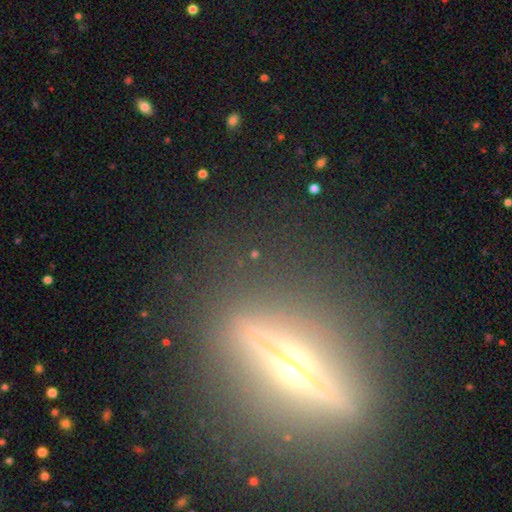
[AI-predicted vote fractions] A featured or disk galaxy (66%) viewed edge-on (88%) with a rounded central bulge (91%).

Vote fractions:
- Smooth or featured? featured or disk: 66% / star or artifact: 21% / smooth: 14%
- Edge-on disk? yes: 88% / no: 12%
- Edge-on bulge? rounded: 91% / none: 5% / boxy: 4%
- Merging? none: 83% / minor disturbance: 9% / major disturbance: 5% / merger: 3%